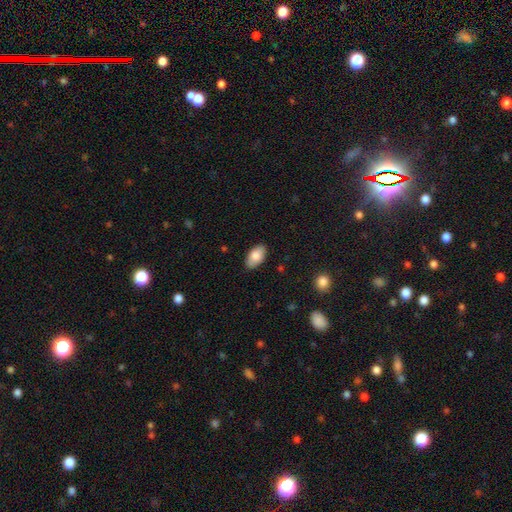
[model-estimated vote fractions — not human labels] Smooth or featured: smooth — 83% (featured or disk — 11%)
How rounded: in between — 95% (round — 3%)
Merging: none — 86% (minor disturbance — 11%)